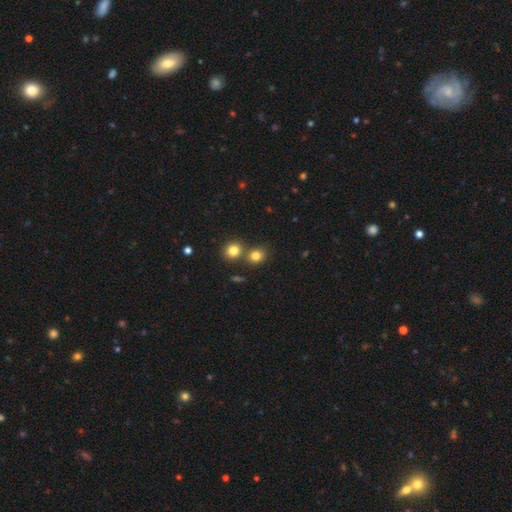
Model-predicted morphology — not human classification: Smooth or featured: smooth — 81% (star or artifact — 12%)
How rounded: round — 73% (in between — 26%)
Merging: none — 61% (merger — 28%)